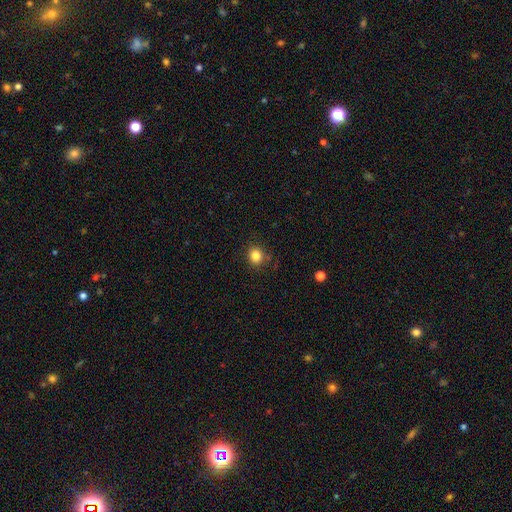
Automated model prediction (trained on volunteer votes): Smooth or featured?
  - smooth: 84% *
  - star or artifact: 12%
  - featured or disk: 5%
How rounded?
  - round: 82% *
  - in between: 18%
  - cigar-shaped: 1%
Merging?
  - none: 85% *
  - minor disturbance: 11%
  - major disturbance: 3%
  - merger: 1%